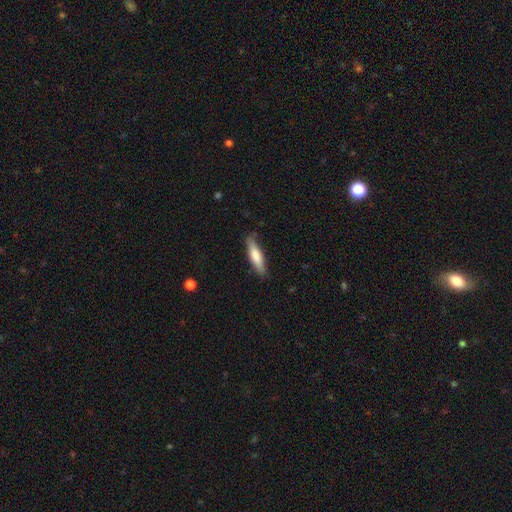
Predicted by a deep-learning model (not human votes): Smooth or featured?
  - smooth: 73% *
  - featured or disk: 22%
  - star or artifact: 5%
How rounded?
  - cigar-shaped: 70% *
  - in between: 28%
  - round: 2%
Merging?
  - none: 81% *
  - minor disturbance: 15%
  - major disturbance: 3%
  - merger: 1%